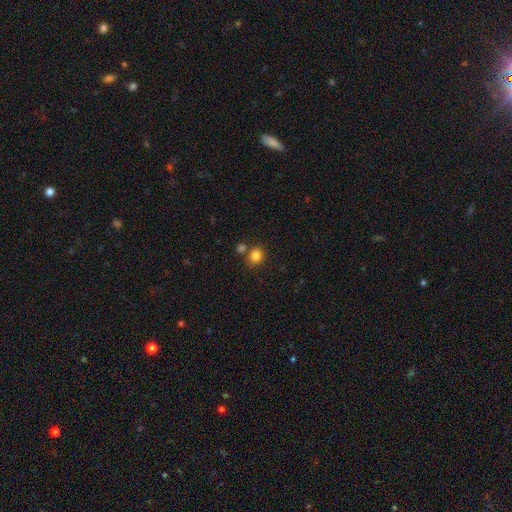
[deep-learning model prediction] Smooth or featured: smooth — 83% (star or artifact — 11%)
How rounded: round — 79% (in between — 20%)
Merging: none — 70% (merger — 17%)